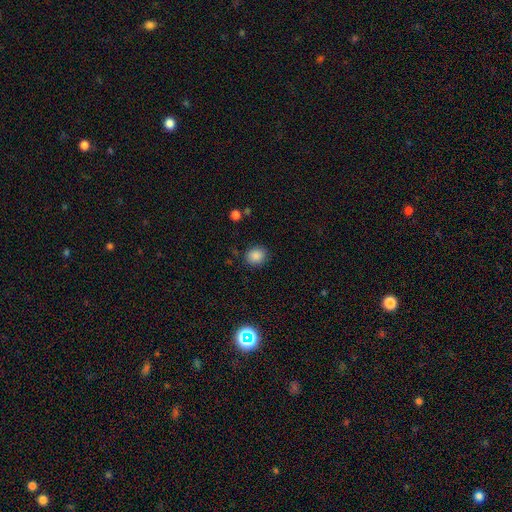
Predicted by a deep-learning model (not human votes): smooth 86%, star or artifact 10%, featured or disk 4%. Down the decision tree: how rounded — round (75%); merging — none (85%).